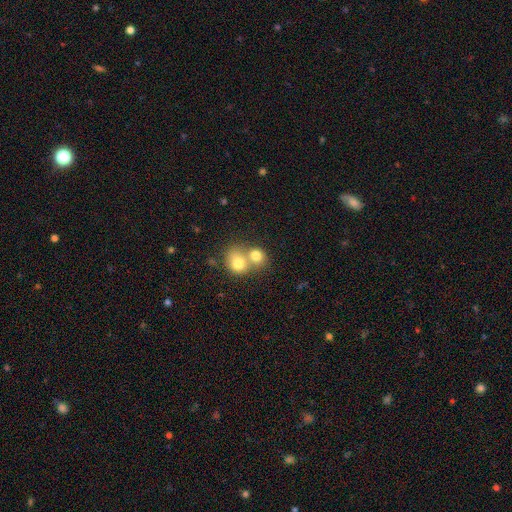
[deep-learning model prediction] smooth 76%, featured or disk 14%, star or artifact 10%. Down the decision tree: how rounded — round (66%); merging — merger (64%).